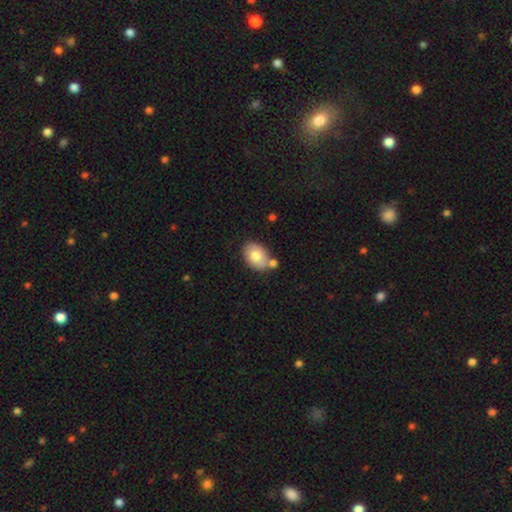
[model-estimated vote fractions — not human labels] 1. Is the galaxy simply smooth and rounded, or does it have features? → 75% smooth, 18% featured or disk, 7% star or artifact.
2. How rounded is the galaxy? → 79% in between, 20% round, 1% cigar-shaped.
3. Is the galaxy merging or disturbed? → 64% none, 17% merger, 15% minor disturbance, 4% major disturbance.